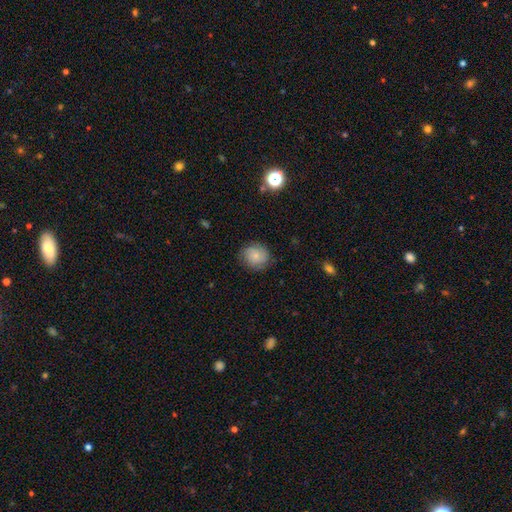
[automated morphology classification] smooth-or-featured: smooth: 76% | featured or disk: 16% | star or artifact: 9%
  how-rounded: round: 83% | in between: 16% | cigar-shaped: 1%
  merging: none: 81% | minor disturbance: 14% | major disturbance: 4% | merger: 1%